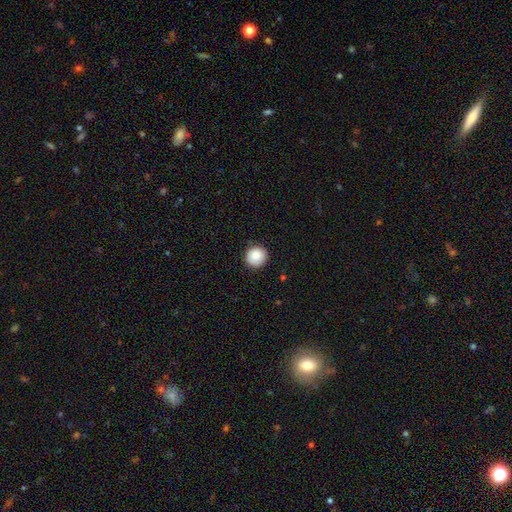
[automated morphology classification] Overall: smooth (88%). How rounded: round (94%). Merging: none (89%).